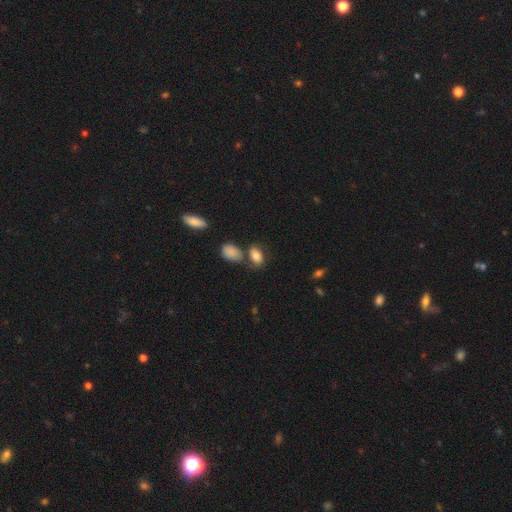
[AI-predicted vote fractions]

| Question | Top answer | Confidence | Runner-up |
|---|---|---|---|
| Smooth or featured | smooth | 82% | star or artifact (9%) |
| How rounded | in between | 86% | round (11%) |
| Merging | none | 60% | merger (18%) |